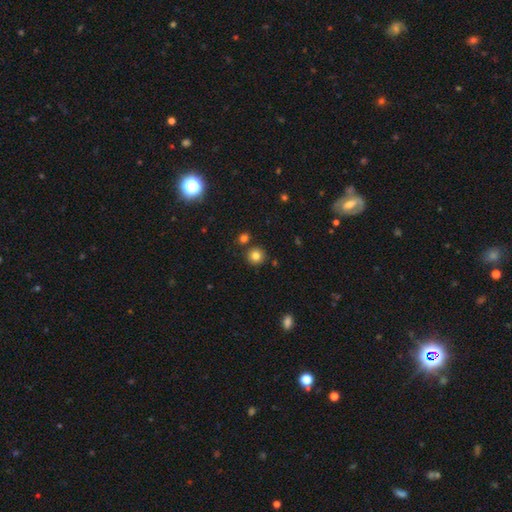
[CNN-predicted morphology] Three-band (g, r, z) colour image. It shows a smooth galaxy with no disk features (81%) that is round (93%). Merging: none (85%).